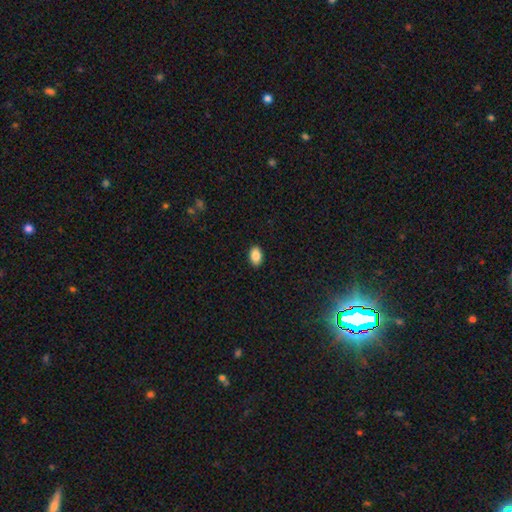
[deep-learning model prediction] Smooth or featured: smooth — 87% (star or artifact — 8%)
How rounded: in between — 90% (round — 9%)
Merging: none — 90% (minor disturbance — 8%)